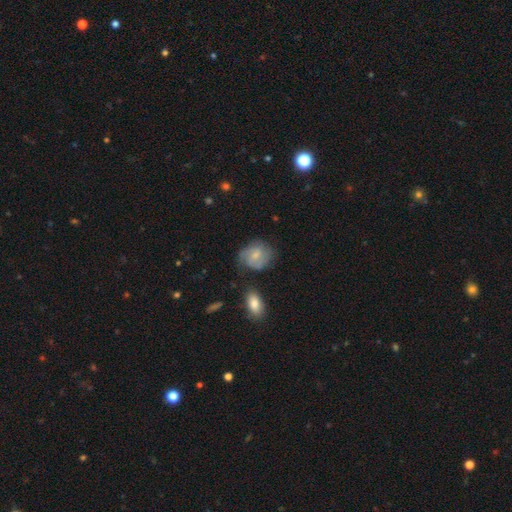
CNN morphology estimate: This appears to be a smooth galaxy with no disk features (51%) that is round (59%). Merging: none (62%).